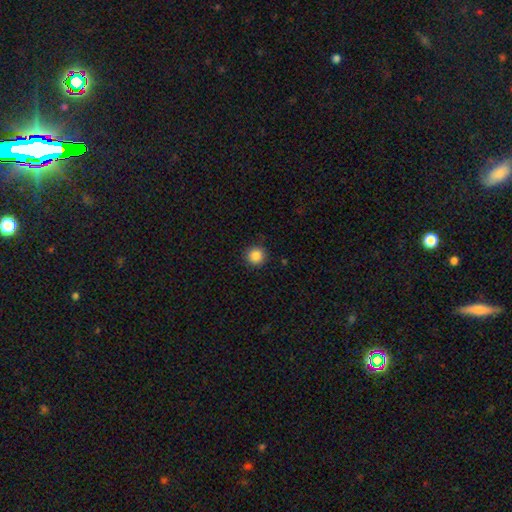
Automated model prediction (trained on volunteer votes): Smooth or featured? smooth (87%)
How rounded? round (95%)
Merging? none (90%)